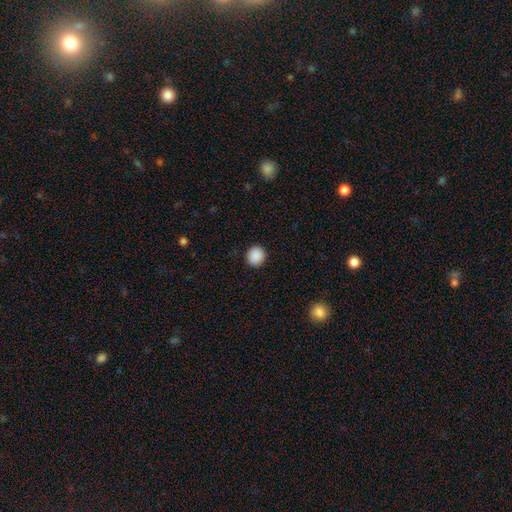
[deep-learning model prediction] Smooth or featured?
  - smooth: 89% *
  - star or artifact: 8%
  - featured or disk: 2%
How rounded?
  - round: 87% *
  - in between: 12%
  - cigar-shaped: 1%
Merging?
  - none: 92% *
  - minor disturbance: 5%
  - major disturbance: 2%
  - merger: 1%